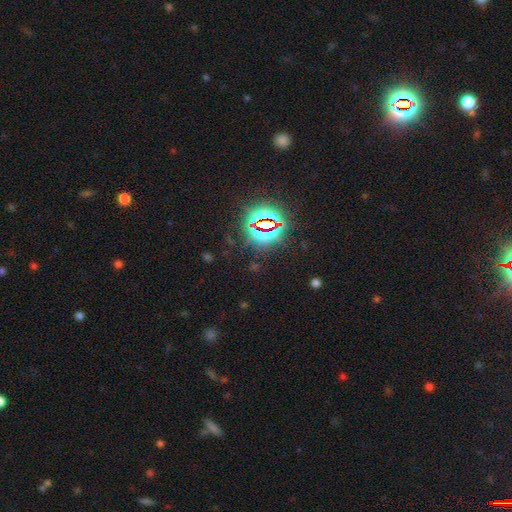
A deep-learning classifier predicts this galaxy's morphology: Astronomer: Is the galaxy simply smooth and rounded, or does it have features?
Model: star or artifact — 80%.